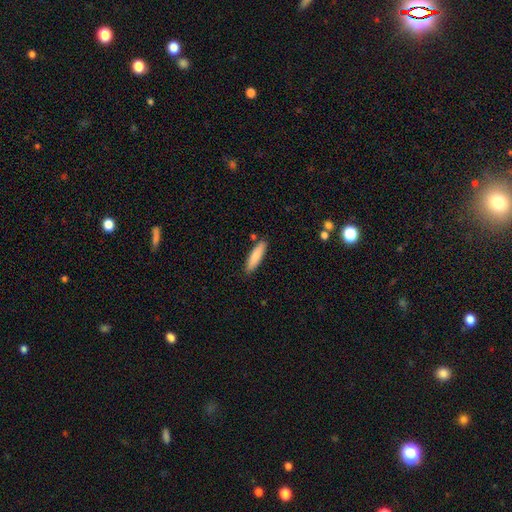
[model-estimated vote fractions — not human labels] This appears to be a smooth galaxy with no disk features (81%) that is cigar-shaped (70%). Merging: none (84%).